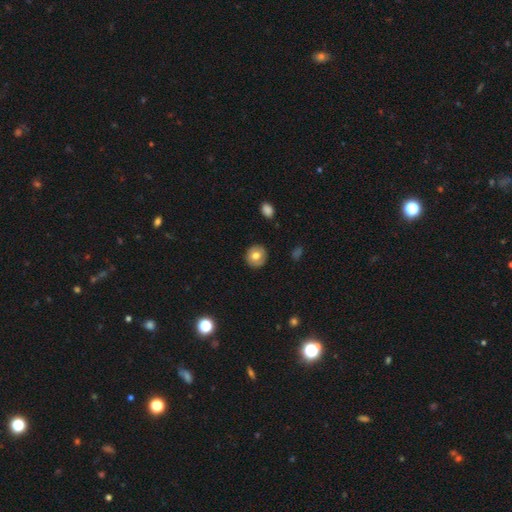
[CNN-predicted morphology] Smooth or featured? smooth (71%)
How rounded? round (88%)
Merging? none (87%)